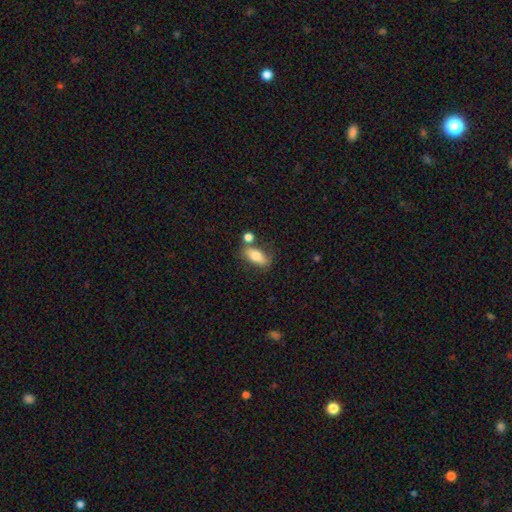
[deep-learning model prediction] Q: Smooth or featured?
A: smooth (74%); runner-up: featured or disk (19%)
Q: How rounded?
A: in between (81%); runner-up: cigar-shaped (14%)
Q: Merging?
A: none (61%); runner-up: merger (17%)